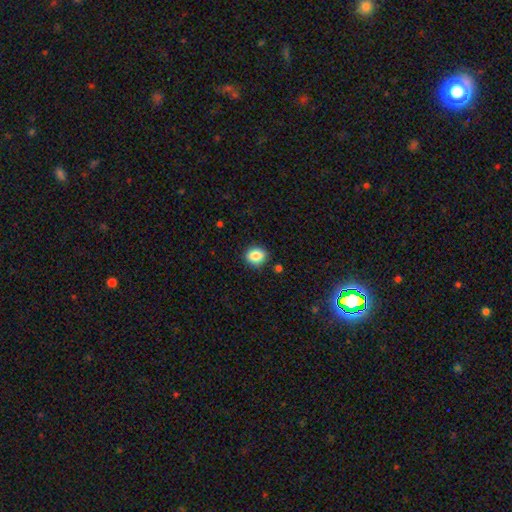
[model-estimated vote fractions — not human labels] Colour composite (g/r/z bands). It shows a smooth galaxy with no disk features (86%) that is round (63%). Merging: none (87%).